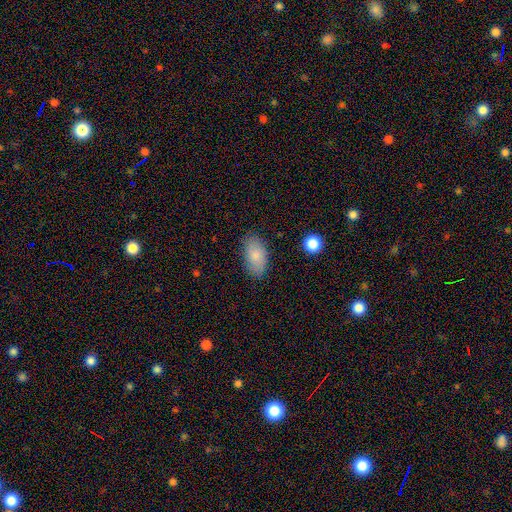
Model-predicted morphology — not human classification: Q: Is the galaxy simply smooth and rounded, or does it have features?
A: smooth — 83%.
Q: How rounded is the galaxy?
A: in between — 94%.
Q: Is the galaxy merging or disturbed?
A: none — 81%.